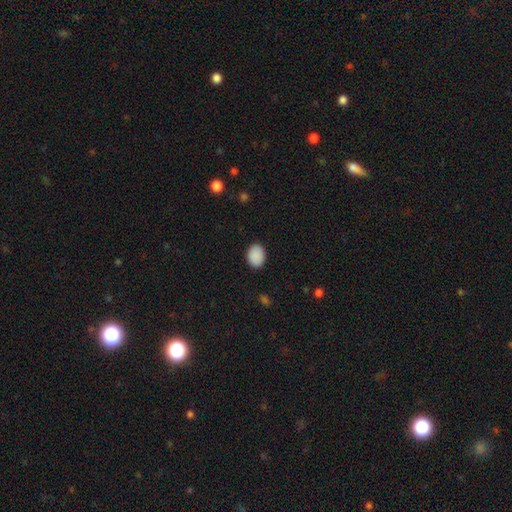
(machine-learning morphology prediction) smooth 90%, star or artifact 7%, featured or disk 3%. Down the decision tree: how rounded — in between (68%); merging — none (89%).